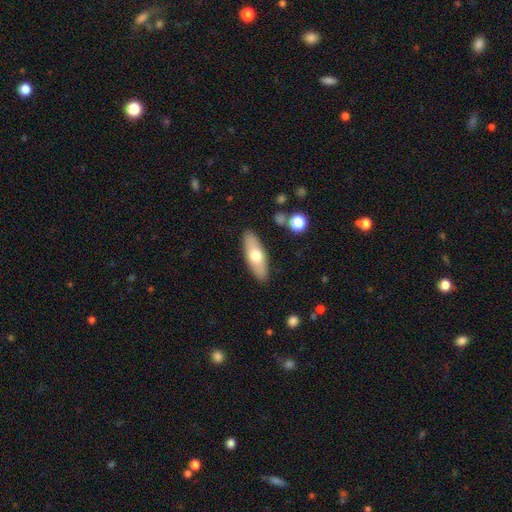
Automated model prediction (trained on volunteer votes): A smooth galaxy with no disk features (62%) that is in between round and cigar-shaped (61%). Merging: none (88%).